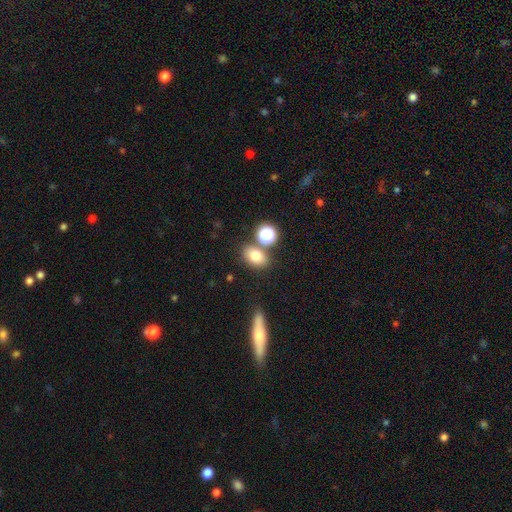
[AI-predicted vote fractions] Smooth or featured? Predicted: smooth (p=0.78). How rounded? Predicted: in between (p=0.72). Merging? Predicted: none (p=0.68).